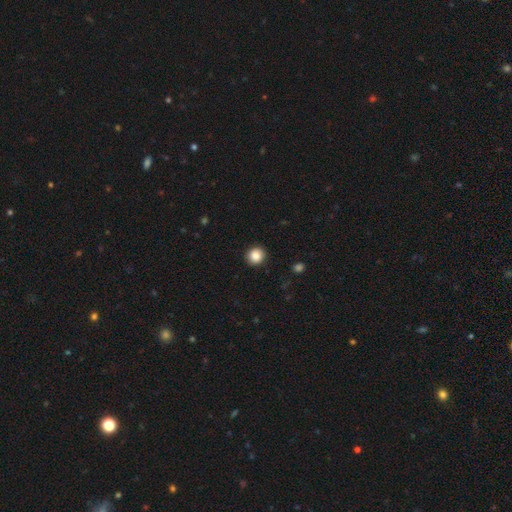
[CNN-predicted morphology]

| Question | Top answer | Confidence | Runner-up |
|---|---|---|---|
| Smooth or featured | smooth | 87% | star or artifact (9%) |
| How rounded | round | 90% | in between (9%) |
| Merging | none | 92% | minor disturbance (5%) |